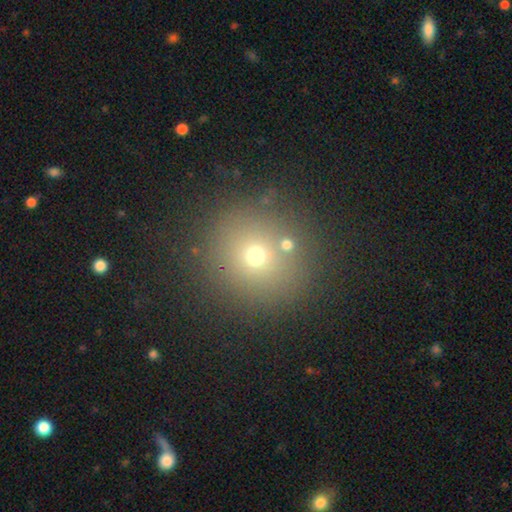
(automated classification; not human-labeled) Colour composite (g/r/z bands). It shows a smooth galaxy with no disk features (63%) that is round (93%). Merging: none (81%).